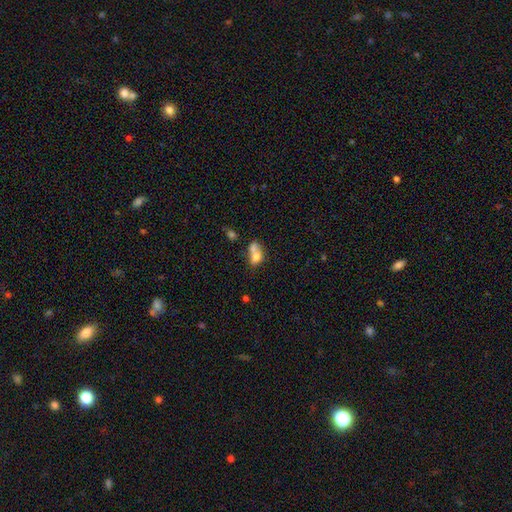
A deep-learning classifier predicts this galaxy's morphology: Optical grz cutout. It shows a smooth galaxy with no disk features (68%) that is in between round and cigar-shaped (65%). Merging: merger (63%).